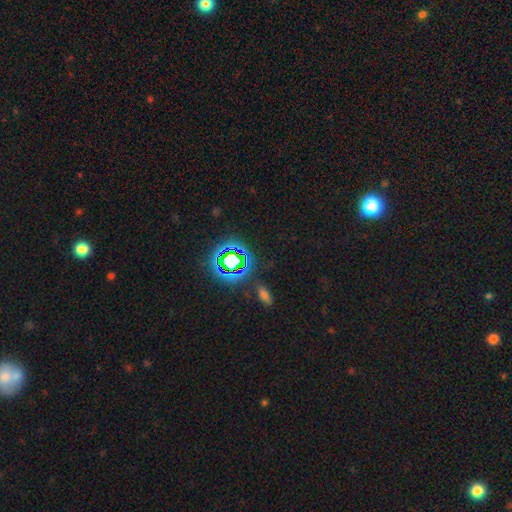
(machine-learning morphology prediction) A star or artifact, not a galaxy (72%).